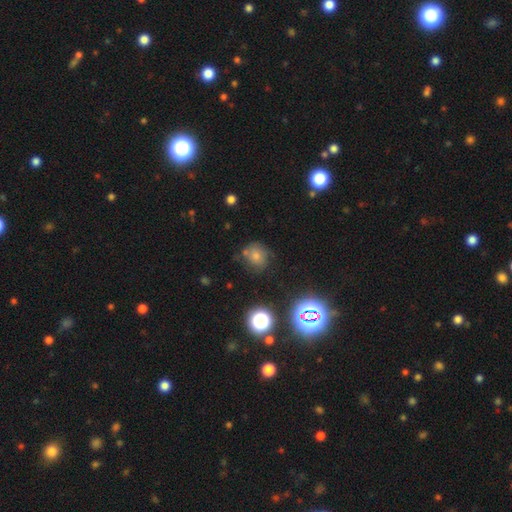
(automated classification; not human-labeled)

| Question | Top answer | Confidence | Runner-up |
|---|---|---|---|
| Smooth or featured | smooth | 64% | star or artifact (21%) |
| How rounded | round | 77% | in between (22%) |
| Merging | none | 66% | minor disturbance (20%) |